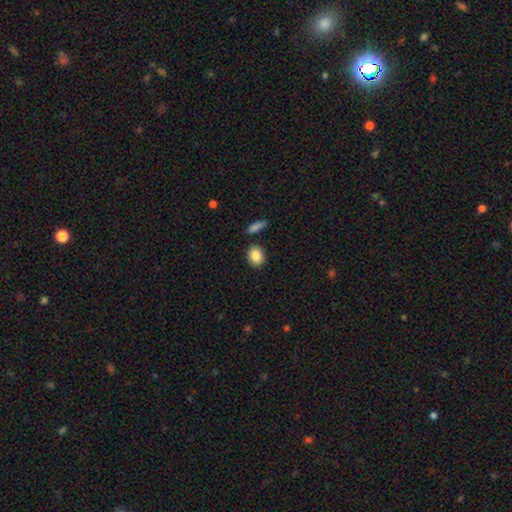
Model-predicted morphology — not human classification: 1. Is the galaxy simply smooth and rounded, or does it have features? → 87% smooth, 7% star or artifact, 6% featured or disk.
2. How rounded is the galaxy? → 51% round, 47% in between, 2% cigar-shaped.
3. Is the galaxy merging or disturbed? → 84% none, 8% minor disturbance, 5% merger, 2% major disturbance.